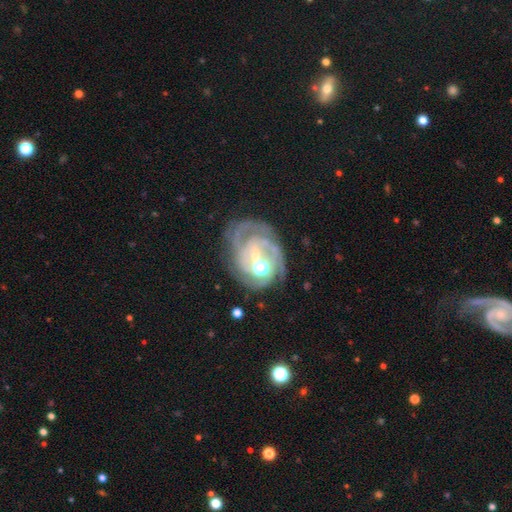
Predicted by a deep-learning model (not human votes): This appears to be a featured or disk galaxy (81%) with no bar (67%), 2 (29%, tied with can't tell) tight (60%) spiral arms (88%) and a moderate central bulge (53%). Merging: none (45%).